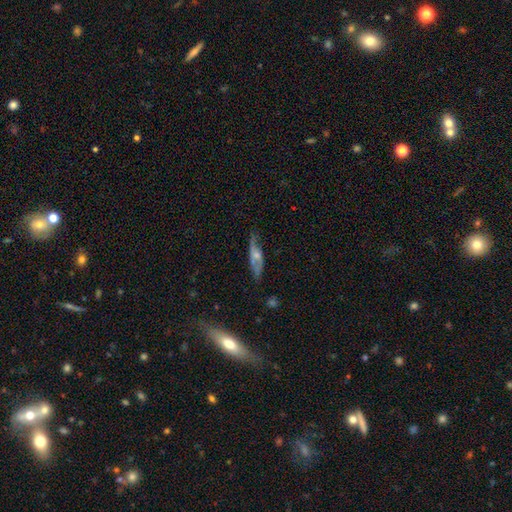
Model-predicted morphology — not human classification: A featured or disk galaxy (55%).

Vote fractions:
- Smooth or featured? featured or disk: 55% / smooth: 38% / star or artifact: 7%
- Edge-on disk? no: 66% / yes: 34%
- Merging? none: 62% / minor disturbance: 26% / major disturbance: 10% / merger: 3%